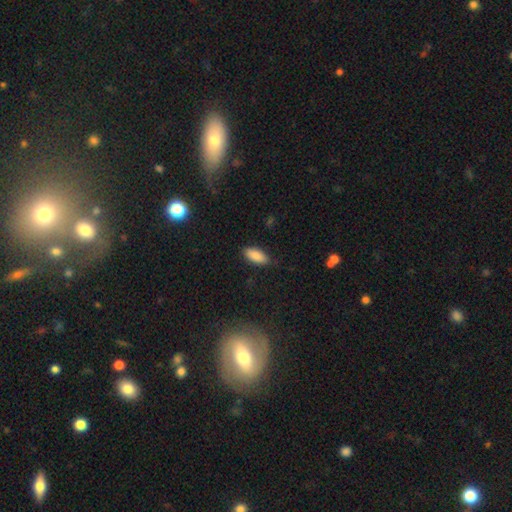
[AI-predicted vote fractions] smooth_or_featured: smooth (p=0.87) [alt: star or artifact p=0.07]
how_rounded: in between (p=0.86) [alt: cigar-shaped p=0.12]
merging: none (p=0.81) [alt: minor disturbance p=0.15]